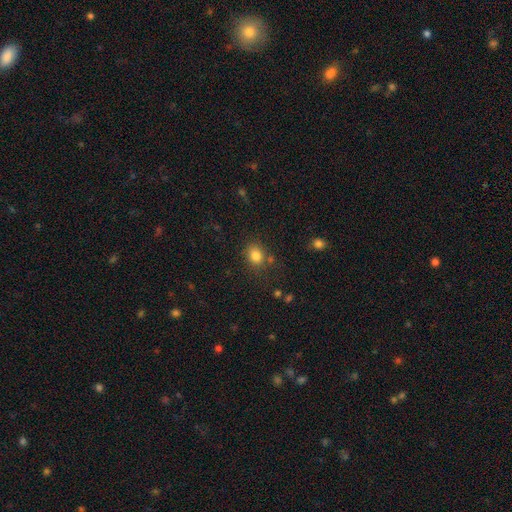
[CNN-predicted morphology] Smooth or featured: smooth — 82% (star or artifact — 12%)
How rounded: round — 53% (in between — 46%)
Merging: none — 74% (minor disturbance — 14%)